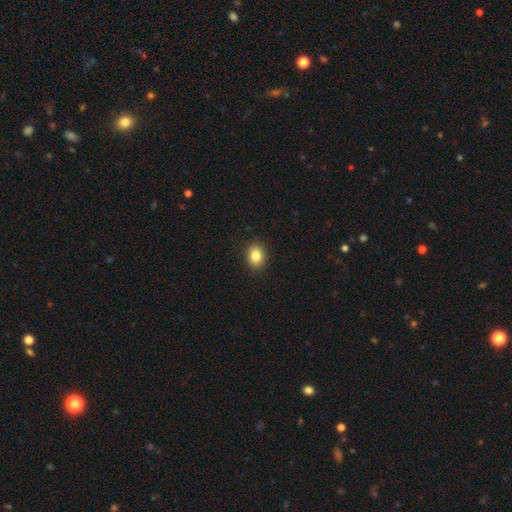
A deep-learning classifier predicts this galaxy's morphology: A smooth galaxy with no disk features (85%) that is in between round and cigar-shaped (60%). Merging: none (90%).